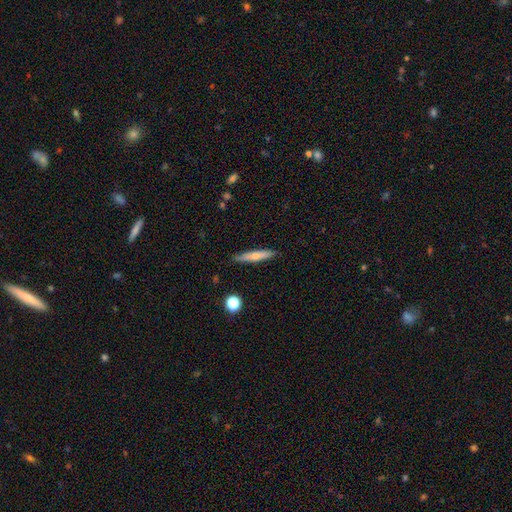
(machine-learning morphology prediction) Q: Smooth or featured?
A: smooth (60%); runner-up: featured or disk (33%)
Q: How rounded?
A: cigar-shaped (90%); runner-up: in between (8%)
Q: Merging?
A: none (87%); runner-up: minor disturbance (10%)